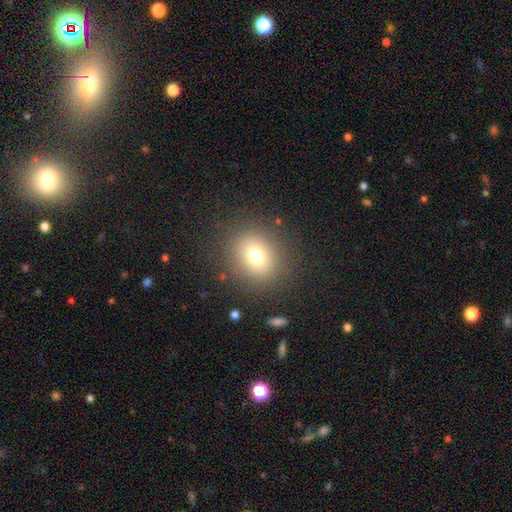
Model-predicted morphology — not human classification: Smooth or featured?
  - smooth: 74% *
  - star or artifact: 15%
  - featured or disk: 12%
How rounded?
  - round: 73% *
  - in between: 26%
  - cigar-shaped: 1%
Merging?
  - none: 86% *
  - minor disturbance: 8%
  - major disturbance: 5%
  - merger: 1%